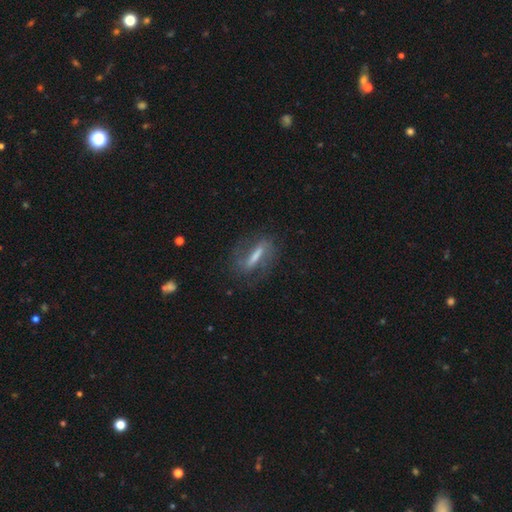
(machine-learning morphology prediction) Smooth or featured: featured or disk — 61% (smooth — 29%)
Edge-on disk: no — 71% (yes — 29%)
Merging: none — 73% (minor disturbance — 16%)